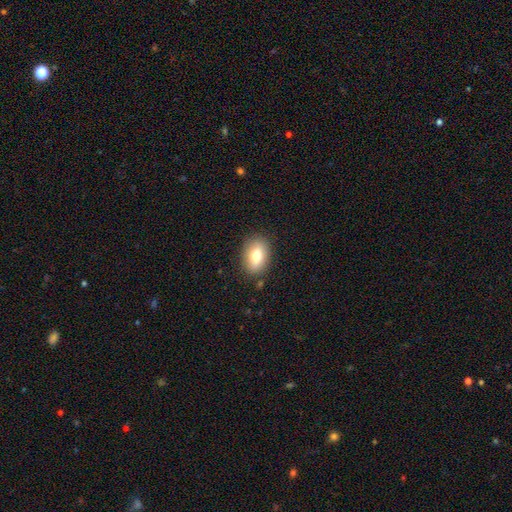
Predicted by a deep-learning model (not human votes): Smooth or featured: smooth — 75% (featured or disk — 17%)
How rounded: in between — 83% (round — 14%)
Merging: none — 85% (minor disturbance — 10%)